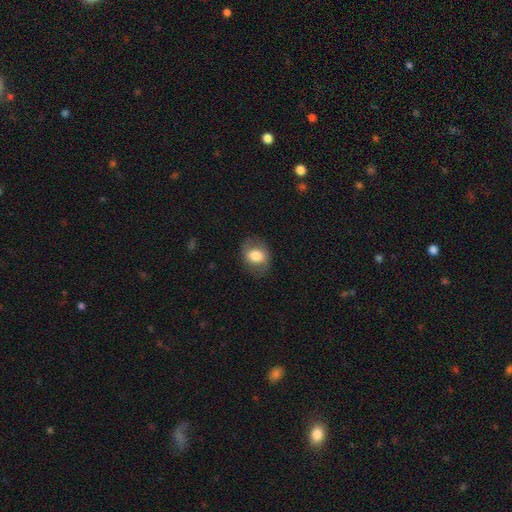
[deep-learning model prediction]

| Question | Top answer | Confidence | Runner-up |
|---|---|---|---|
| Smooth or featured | smooth | 68% | featured or disk (24%) |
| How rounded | in between | 61% | round (38%) |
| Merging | none | 77% | minor disturbance (15%) |